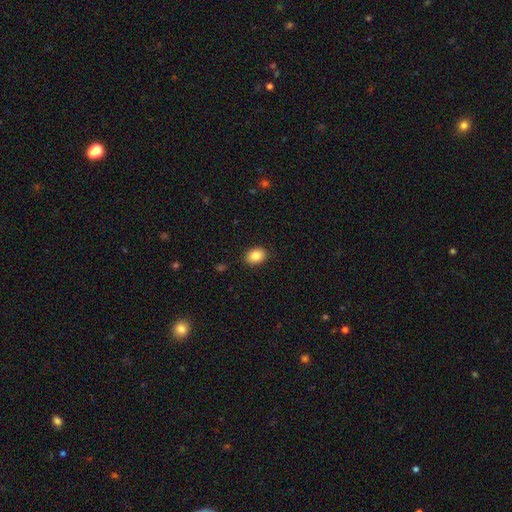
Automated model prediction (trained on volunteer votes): Morphology: type=smooth (86%); roundness=in between (70%); merging=none (88%).